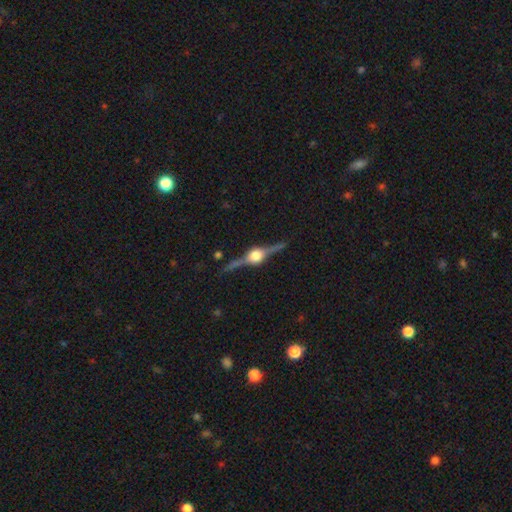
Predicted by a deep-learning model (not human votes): A featured or disk galaxy (89%) viewed edge-on (98%) with a rounded central bulge (94%).

Vote fractions:
- Smooth or featured? featured or disk: 89% / star or artifact: 6% / smooth: 5%
- Edge-on disk? yes: 98% / no: 2%
- Edge-on bulge? rounded: 94% / boxy: 5% / none: 1%
- Merging? none: 88% / minor disturbance: 8% / major disturbance: 2% / merger: 2%